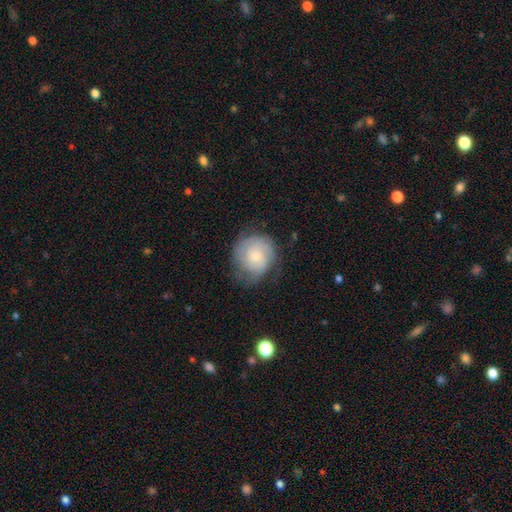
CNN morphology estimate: smooth-or-featured: featured or disk: 59% | smooth: 35% | star or artifact: 7%
  disk-edge-on: no: 98% | yes: 2%
    bar: no: 78% | weak: 19% | strong: 3%
    has-spiral-arms: yes: 87% | no: 13%
    bulge-size: small: 58% | moderate: 36% | large: 2% | none: 2% | dominant: 1%
  merging: none: 66% | minor disturbance: 23% | major disturbance: 10% | merger: 1%